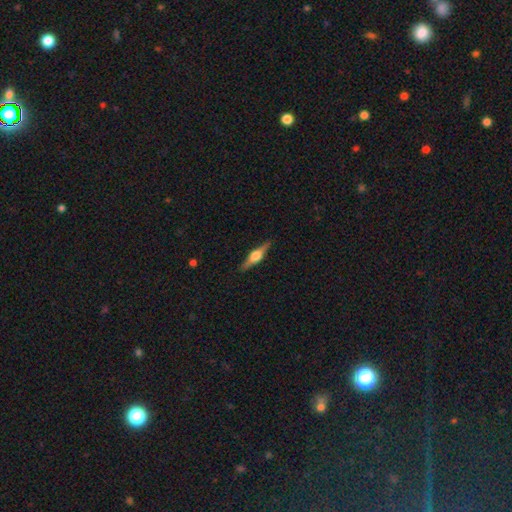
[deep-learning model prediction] A featured or disk galaxy (73%) viewed edge-on (97%) with a rounded central bulge (93%).

Vote fractions:
- Smooth or featured? featured or disk: 73% / smooth: 21% / star or artifact: 6%
- Edge-on disk? yes: 97% / no: 3%
- Edge-on bulge? rounded: 93% / boxy: 6% / none: 1%
- Merging? none: 90% / minor disturbance: 8% / major disturbance: 2% / merger: 1%